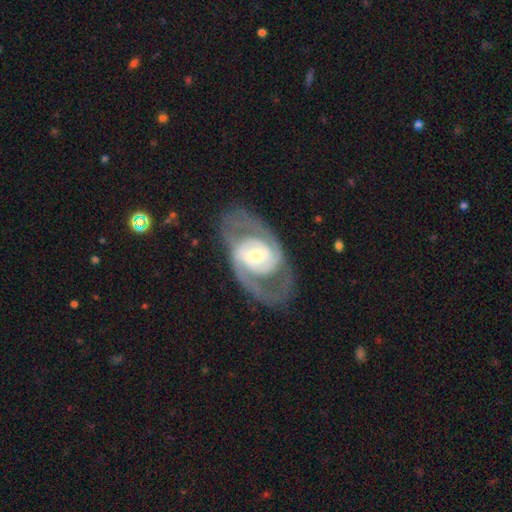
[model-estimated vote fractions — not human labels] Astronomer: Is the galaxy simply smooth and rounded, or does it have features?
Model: featured or disk — 85%.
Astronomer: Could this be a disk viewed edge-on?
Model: no — 95%.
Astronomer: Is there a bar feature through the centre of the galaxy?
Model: weak — 39% (runner-up: no, 36%).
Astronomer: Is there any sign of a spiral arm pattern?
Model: yes — 87%.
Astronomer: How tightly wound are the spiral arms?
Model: medium — 47% (runner-up: tight, 38%).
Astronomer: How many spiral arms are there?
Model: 2 — 81%.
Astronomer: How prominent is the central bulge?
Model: moderate — 51% (runner-up: small, 38%).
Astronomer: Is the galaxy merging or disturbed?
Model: none — 71%.